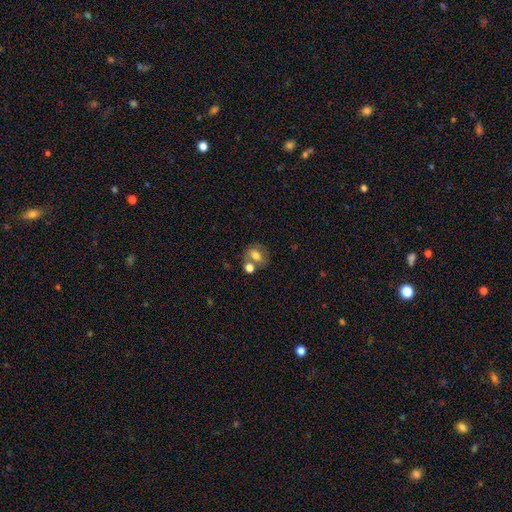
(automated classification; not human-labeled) smooth-or-featured: smooth: 69% | featured or disk: 21% | star or artifact: 10%
  how-rounded: in between: 57% | round: 41% | cigar-shaped: 2%
  merging: none: 49% | merger: 32% | minor disturbance: 13% | major disturbance: 6%